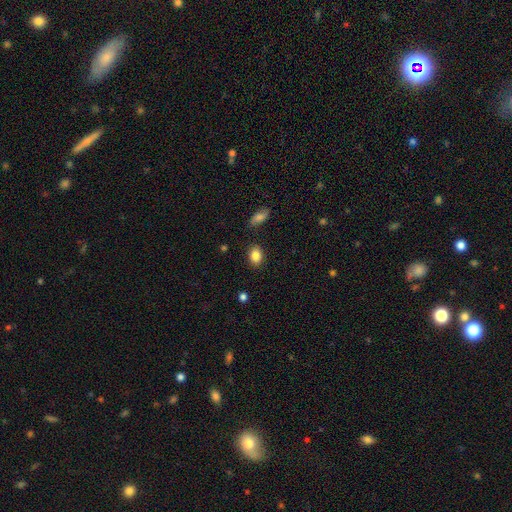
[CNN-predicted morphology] Smooth or featured?
  - smooth: 85% *
  - star or artifact: 9%
  - featured or disk: 6%
How rounded?
  - in between: 70% *
  - round: 28%
  - cigar-shaped: 1%
Merging?
  - none: 86% *
  - minor disturbance: 10%
  - major disturbance: 2%
  - merger: 2%